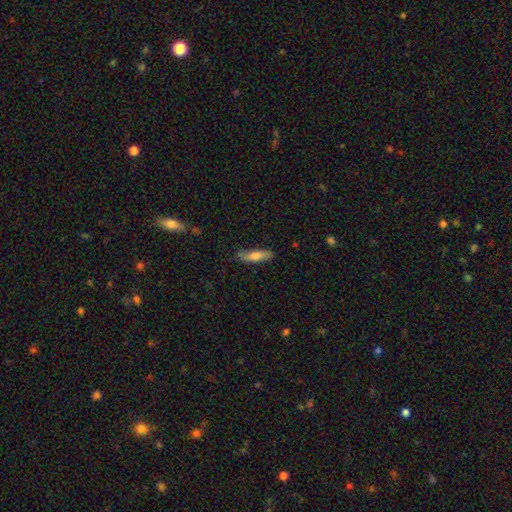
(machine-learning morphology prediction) Smooth or featured?
  - smooth: 68% *
  - featured or disk: 26%
  - star or artifact: 6%
How rounded?
  - cigar-shaped: 68% *
  - in between: 30%
  - round: 2%
Merging?
  - none: 80% *
  - minor disturbance: 16%
  - major disturbance: 3%
  - merger: 2%